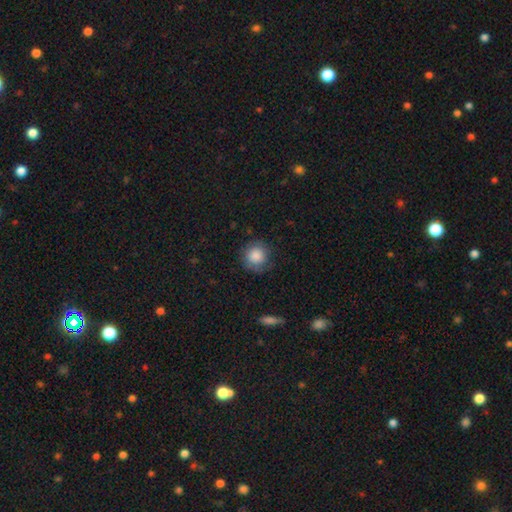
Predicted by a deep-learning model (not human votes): Morphology: type=smooth (84%); roundness=round (92%); merging=none (76%).